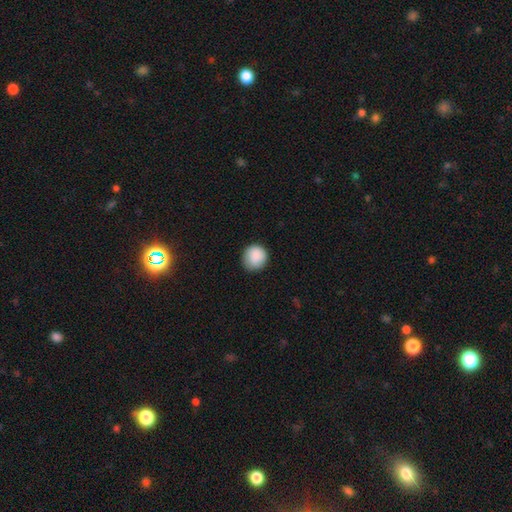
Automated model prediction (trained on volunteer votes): smooth_or_featured: smooth (p=0.88) [alt: star or artifact p=0.08]
how_rounded: round (p=0.90) [alt: in between p=0.09]
merging: none (p=0.83) [alt: minor disturbance p=0.14]